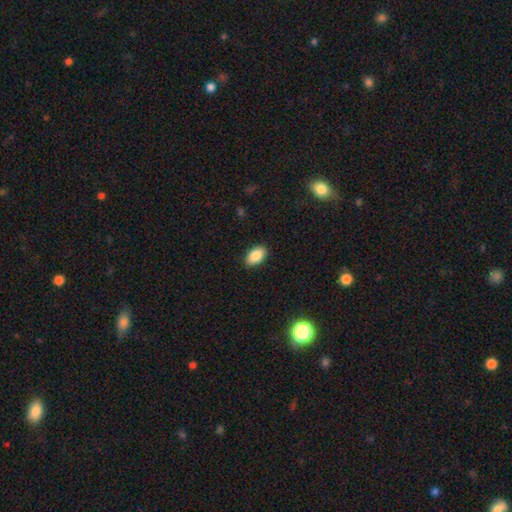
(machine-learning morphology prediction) Smooth or featured: smooth — 87% (star or artifact — 7%)
How rounded: in between — 92% (round — 6%)
Merging: none — 88% (minor disturbance — 9%)